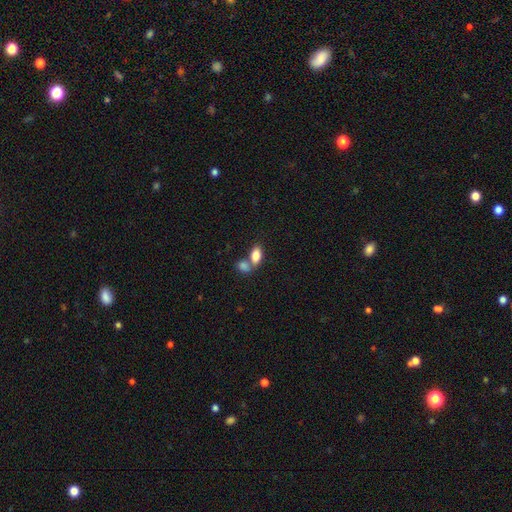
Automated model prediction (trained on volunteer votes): smooth-or-featured: smooth: 82% | featured or disk: 10% | star or artifact: 7%
  how-rounded: in between: 90% | round: 6% | cigar-shaped: 4%
  merging: merger: 48% | none: 39% | minor disturbance: 9% | major disturbance: 4%